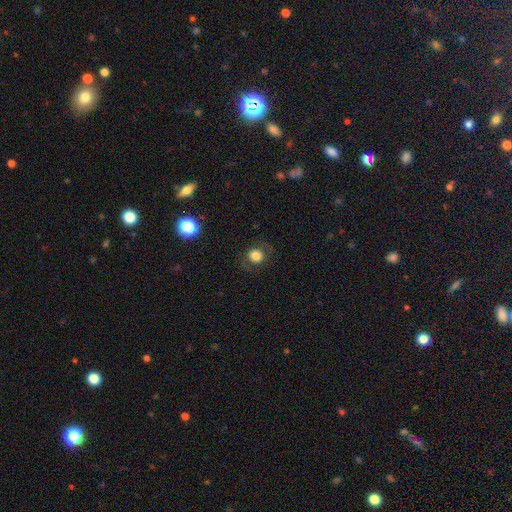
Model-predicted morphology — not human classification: Smooth or featured?
  - smooth: 73% *
  - featured or disk: 17%
  - star or artifact: 11%
How rounded?
  - round: 79% *
  - in between: 20%
  - cigar-shaped: 1%
Merging?
  - none: 78% *
  - minor disturbance: 13%
  - major disturbance: 8%
  - merger: 1%